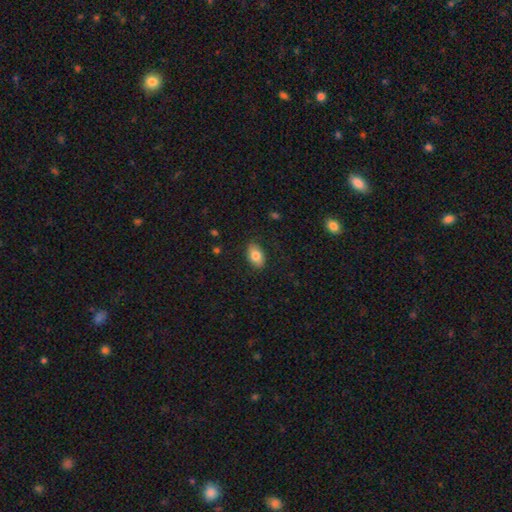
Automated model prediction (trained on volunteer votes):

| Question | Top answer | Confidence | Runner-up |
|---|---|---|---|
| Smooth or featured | smooth | 80% | featured or disk (13%) |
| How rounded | in between | 90% | round (8%) |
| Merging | none | 83% | minor disturbance (13%) |